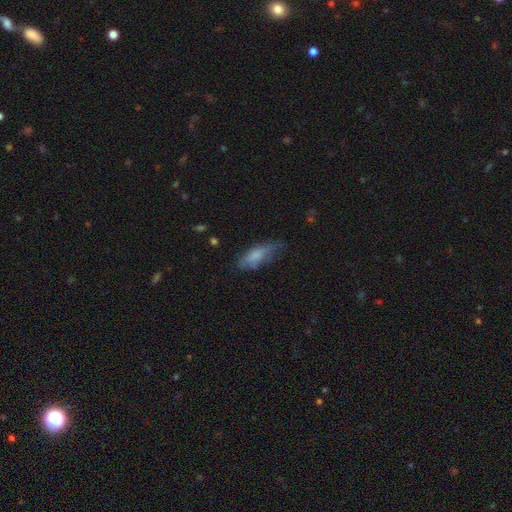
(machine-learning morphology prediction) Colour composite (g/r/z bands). It shows a smooth galaxy with no disk features (75%) that is in between round and cigar-shaped (65%). Merging: none (51%).